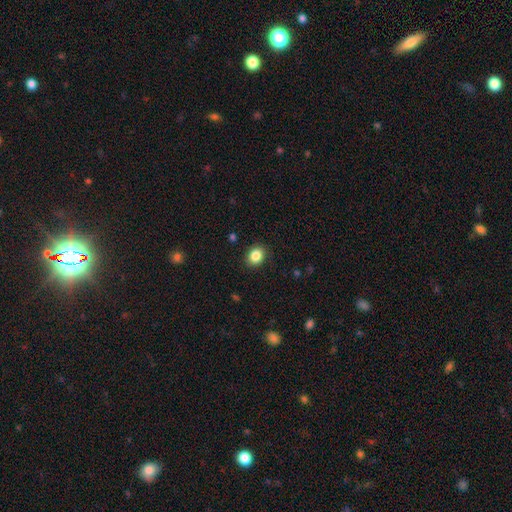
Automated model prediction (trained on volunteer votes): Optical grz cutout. It shows a smooth galaxy with no disk features (86%) that is round (58%). Merging: none (89%).